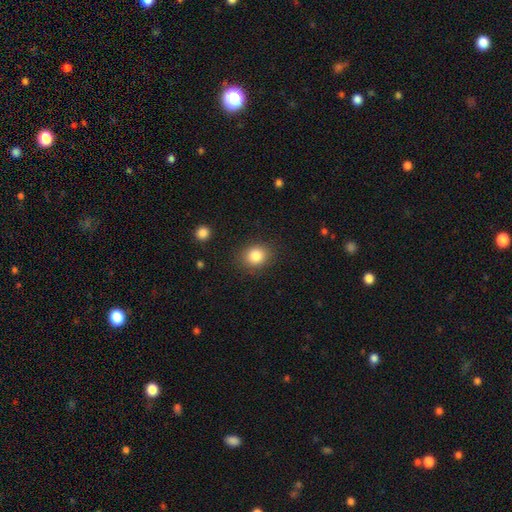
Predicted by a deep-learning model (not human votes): Morphology: type=smooth (84%); roundness=round (67%); merging=none (86%).